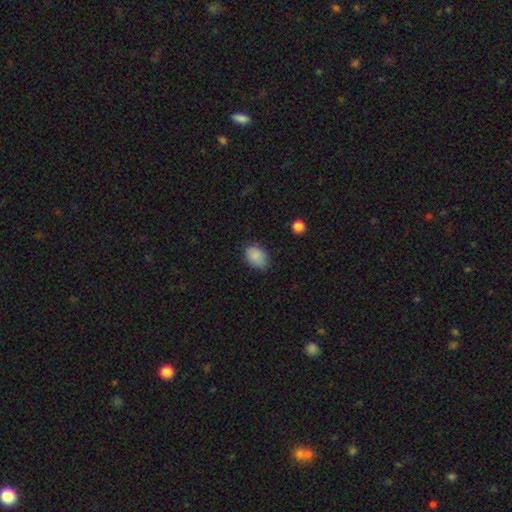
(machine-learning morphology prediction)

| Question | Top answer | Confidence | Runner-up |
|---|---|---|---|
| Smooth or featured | smooth | 86% | star or artifact (8%) |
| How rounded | in between | 79% | round (20%) |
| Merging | none | 75% | minor disturbance (20%) |